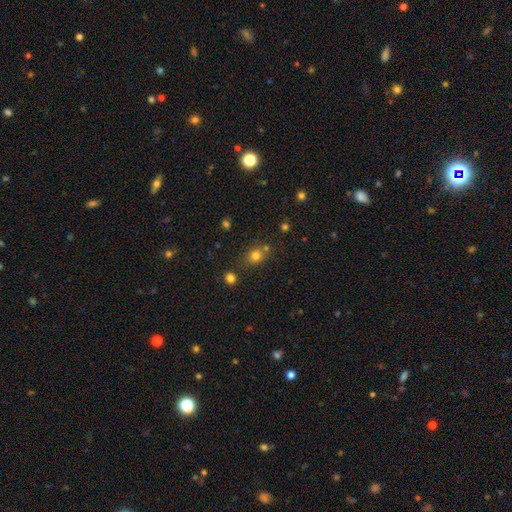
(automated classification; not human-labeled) Smooth or featured: smooth — 77% (star or artifact — 16%)
How rounded: round — 71% (in between — 28%)
Merging: none — 70% (merger — 14%)